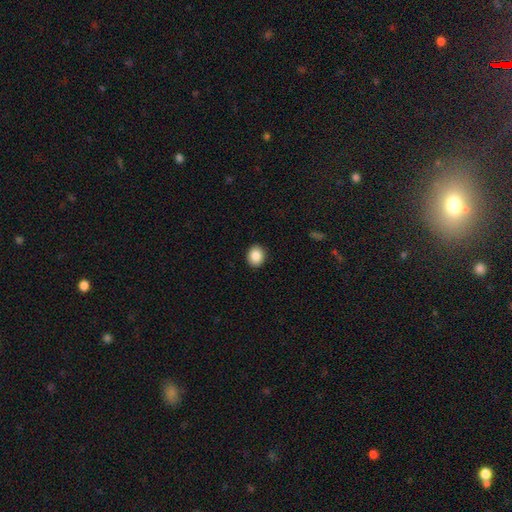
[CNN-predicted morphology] type=smooth (87%); roundness=round (63%); merging=none (92%).